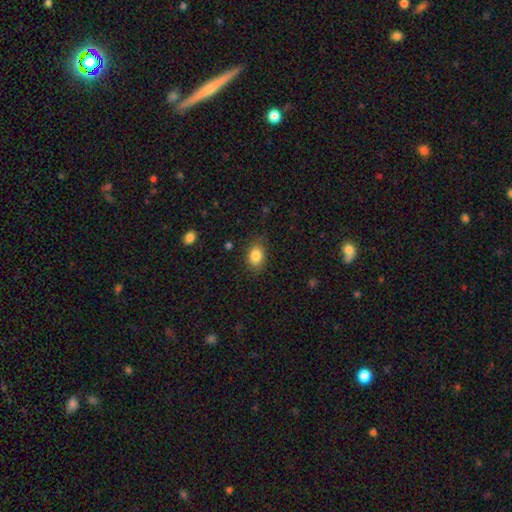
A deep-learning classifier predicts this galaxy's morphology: This is clearly a smooth galaxy (84%). How rounded: likely in between (71%). Merging: likely none (78%).